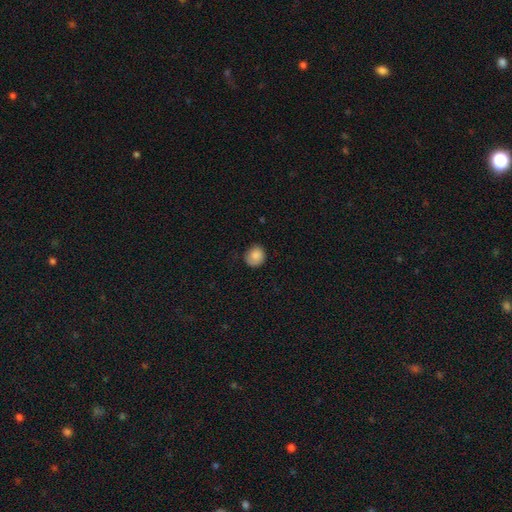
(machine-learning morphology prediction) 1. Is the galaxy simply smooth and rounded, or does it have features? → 86% smooth, 8% star or artifact, 6% featured or disk.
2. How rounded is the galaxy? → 79% round, 20% in between, 1% cigar-shaped.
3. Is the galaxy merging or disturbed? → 74% none, 21% minor disturbance, 4% major disturbance, 1% merger.